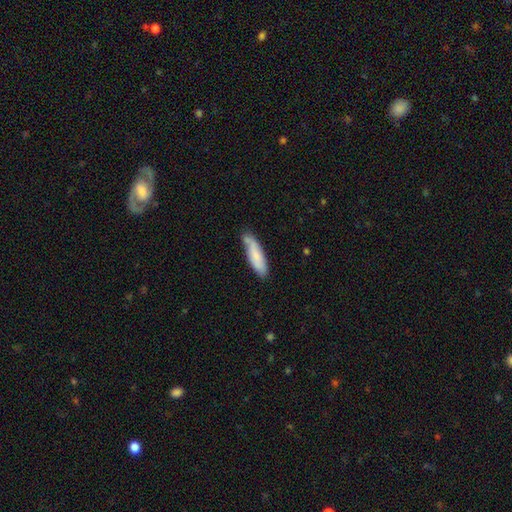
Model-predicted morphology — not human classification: smooth-or-featured: smooth: 77% | featured or disk: 17% | star or artifact: 6%
  how-rounded: cigar-shaped: 61% | in between: 38% | round: 1%
  merging: none: 65% | minor disturbance: 24% | merger: 6% | major disturbance: 4%